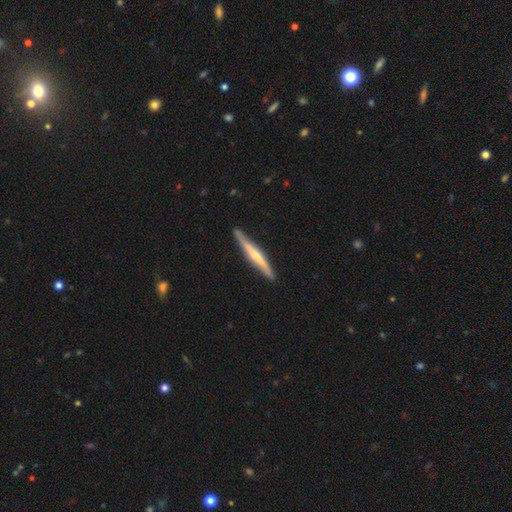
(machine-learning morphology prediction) Smooth or featured? Predicted: featured or disk (p=0.59). Edge-on disk? Predicted: yes (p=0.96). Edge-on bulge? Predicted: rounded (p=0.52). Merging? Predicted: none (p=0.87).